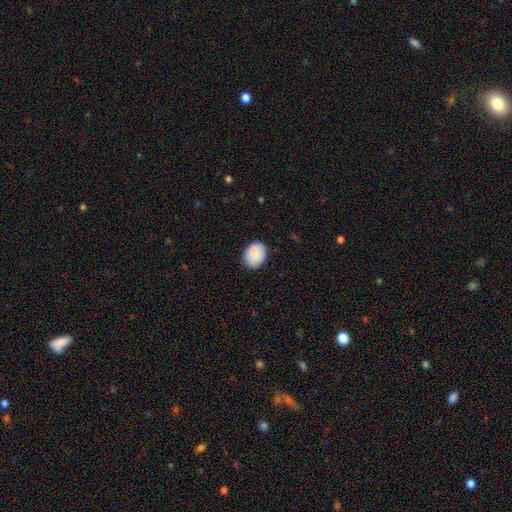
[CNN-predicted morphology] Smooth or featured? Predicted: smooth (p=0.85). How rounded? Predicted: in between (p=0.56). Merging? Predicted: none (p=0.79).